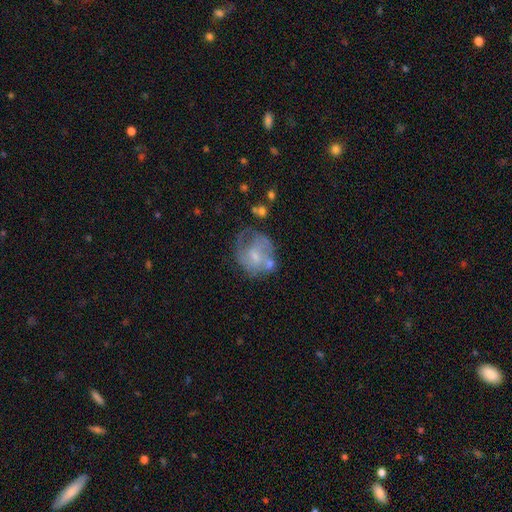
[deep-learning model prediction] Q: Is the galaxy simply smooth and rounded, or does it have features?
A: featured or disk — 62%.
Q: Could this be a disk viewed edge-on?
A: no — 98%.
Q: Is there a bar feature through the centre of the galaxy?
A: no — 57%.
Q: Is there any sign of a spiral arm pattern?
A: yes — 68%.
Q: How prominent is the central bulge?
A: small — 55%.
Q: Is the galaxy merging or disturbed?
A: none — 42%.